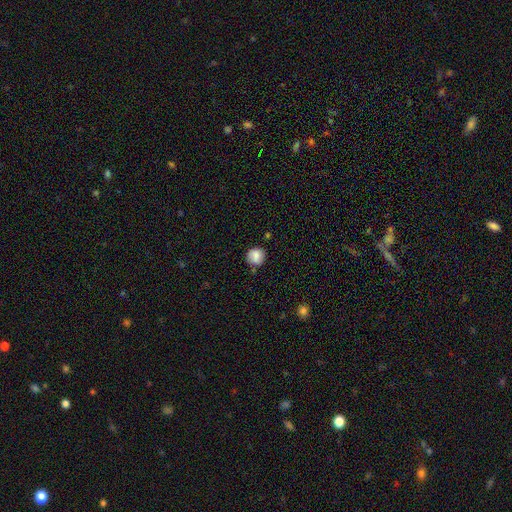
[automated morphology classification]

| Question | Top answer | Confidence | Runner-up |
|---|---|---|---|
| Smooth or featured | smooth | 81% | featured or disk (11%) |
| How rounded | round | 88% | in between (11%) |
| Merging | none | 75% | minor disturbance (17%) |